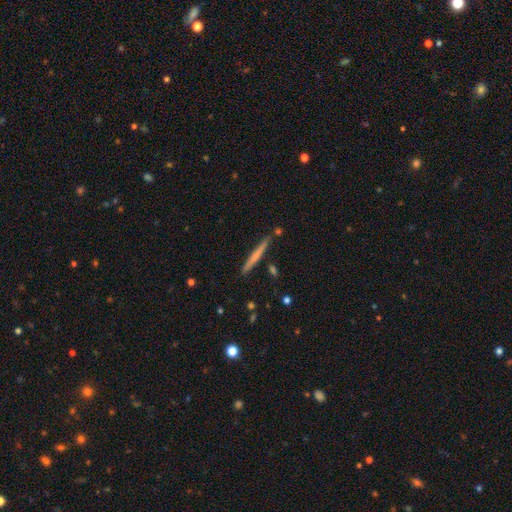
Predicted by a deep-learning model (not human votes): Smooth or featured? Predicted: smooth (p=0.52). How rounded? Predicted: cigar-shaped (p=0.96). Merging? Predicted: none (p=0.88).